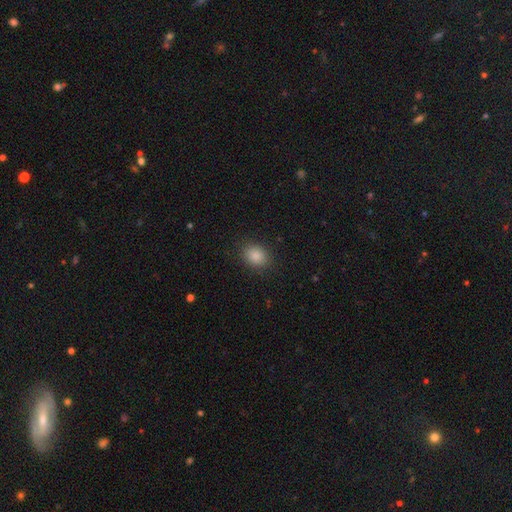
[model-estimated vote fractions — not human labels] Smooth or featured? Predicted: smooth (p=0.87). How rounded? Predicted: in between (p=0.55). Merging? Predicted: none (p=0.87).